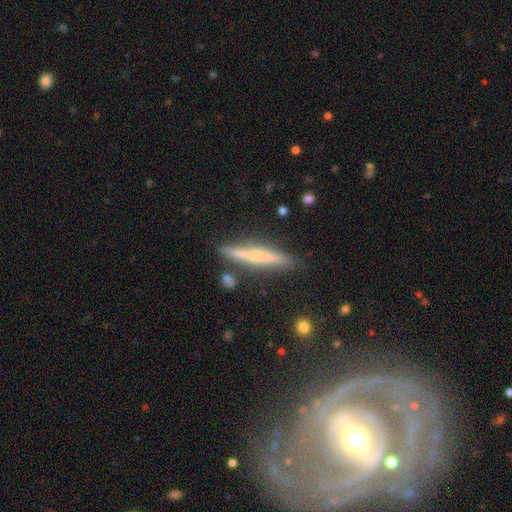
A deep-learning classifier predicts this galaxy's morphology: Smooth or featured? featured or disk (51%)
Edge-on disk? yes (95%)
Merging? none (83%)